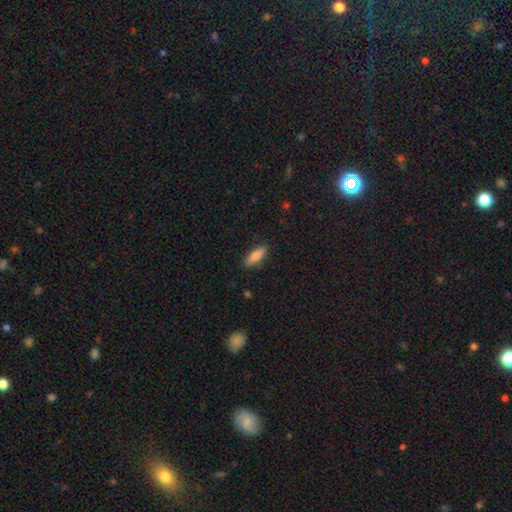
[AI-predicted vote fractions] Overall: smooth (79%). How rounded: in between (55%; cigar-shaped 43%). Merging: none (87%).